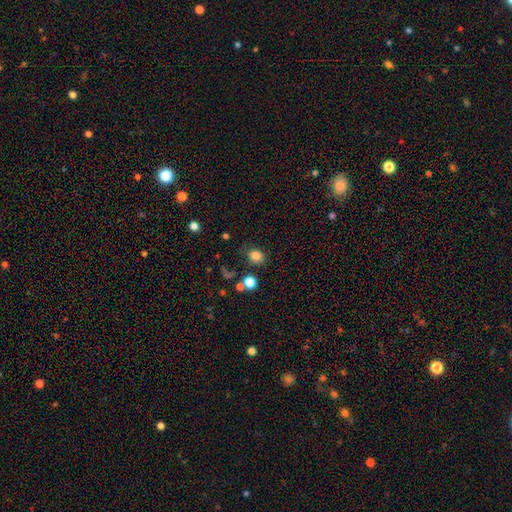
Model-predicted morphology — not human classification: Smooth or featured: smooth — 81% (star or artifact — 13%)
How rounded: round — 63% (in between — 36%)
Merging: none — 77% (minor disturbance — 13%)